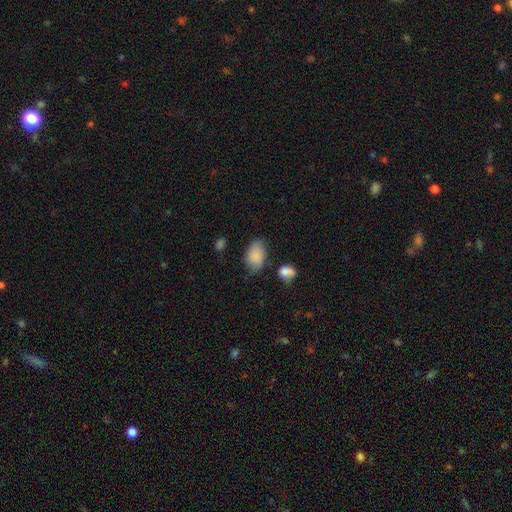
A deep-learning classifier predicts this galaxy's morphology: smooth_or_featured: smooth (p=0.82) [alt: featured or disk p=0.10]
how_rounded: in between (p=0.86) [alt: round p=0.12]
merging: none (p=0.59) [alt: minor disturbance p=0.28]